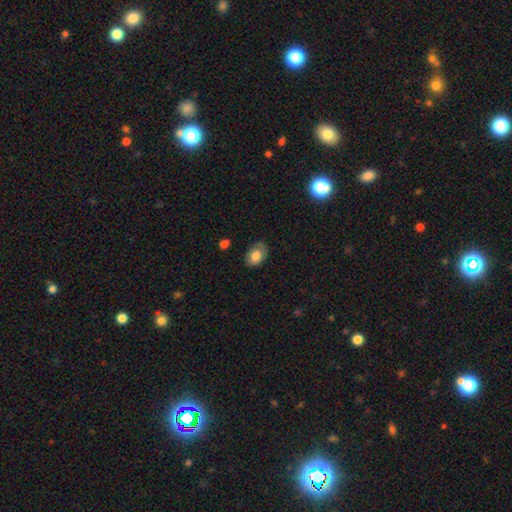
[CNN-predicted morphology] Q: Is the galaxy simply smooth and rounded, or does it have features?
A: smooth — 78%.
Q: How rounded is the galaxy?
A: in between — 82%.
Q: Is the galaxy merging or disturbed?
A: none — 74%.